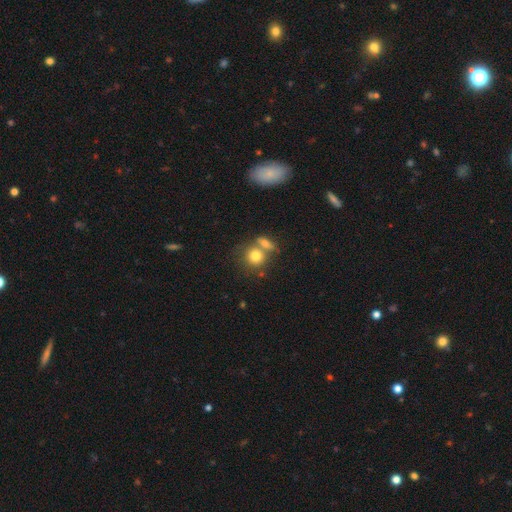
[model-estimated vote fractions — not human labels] Smooth or featured: smooth — 78% (featured or disk — 12%)
How rounded: round — 79% (in between — 20%)
Merging: none — 45% (merger — 40%)